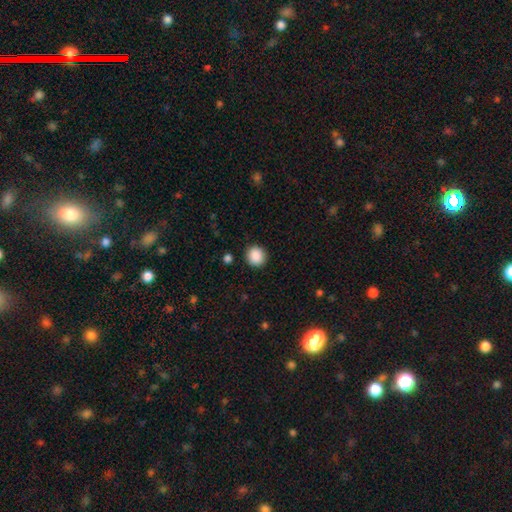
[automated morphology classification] Q: Smooth or featured?
A: smooth (89%); runner-up: star or artifact (8%)
Q: How rounded?
A: round (91%); runner-up: in between (8%)
Q: Merging?
A: none (90%); runner-up: minor disturbance (6%)